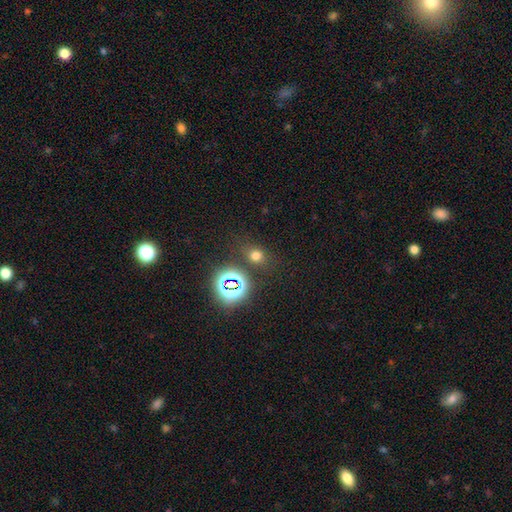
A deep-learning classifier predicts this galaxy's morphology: Smooth or featured: smooth — 64% (star or artifact — 28%)
How rounded: round — 64% (in between — 35%)
Merging: none — 78% (minor disturbance — 12%)